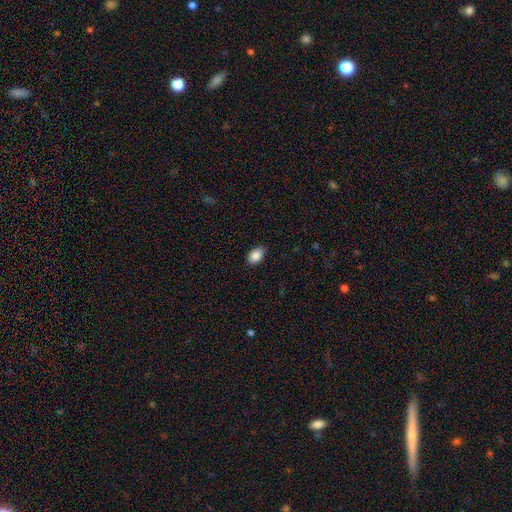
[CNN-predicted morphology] This appears to be a smooth galaxy with no disk features (88%) that is in between round and cigar-shaped (89%). Merging: none (84%).